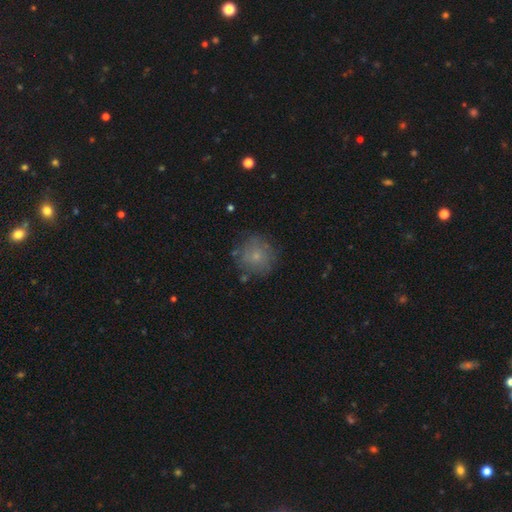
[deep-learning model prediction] Smooth or featured? smooth (62%)
How rounded? round (91%)
Merging? none (75%)